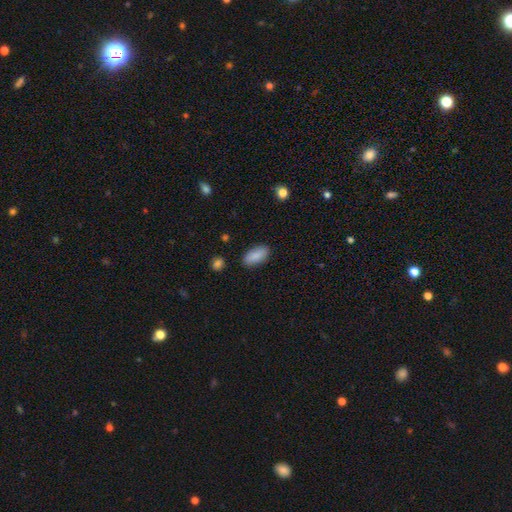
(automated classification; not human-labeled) Smooth or featured? smooth (89%)
How rounded? in between (90%)
Merging? none (87%)